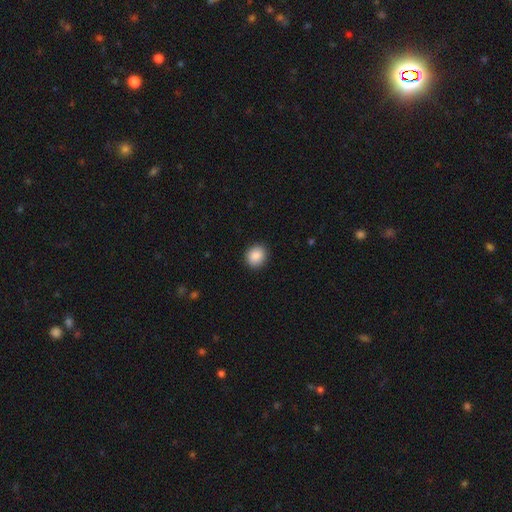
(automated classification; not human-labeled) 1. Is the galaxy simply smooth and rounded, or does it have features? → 88% smooth, 8% star or artifact, 3% featured or disk.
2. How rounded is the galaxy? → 74% round, 25% in between, 1% cigar-shaped.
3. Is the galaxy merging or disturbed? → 90% none, 7% minor disturbance, 2% major disturbance, 1% merger.